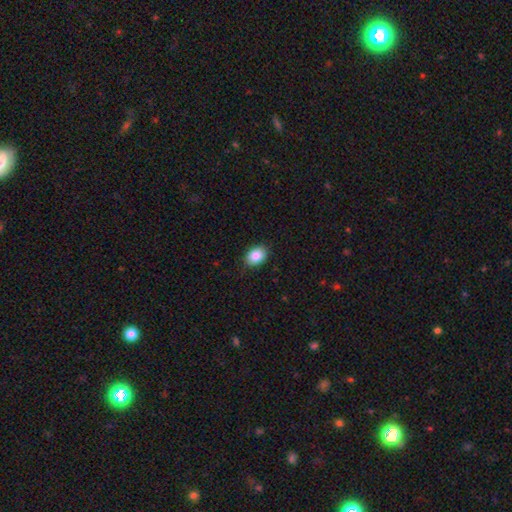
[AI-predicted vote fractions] Smooth or featured? Predicted: smooth (p=0.86). How rounded? Predicted: in between (p=0.68). Merging? Predicted: none (p=0.86).